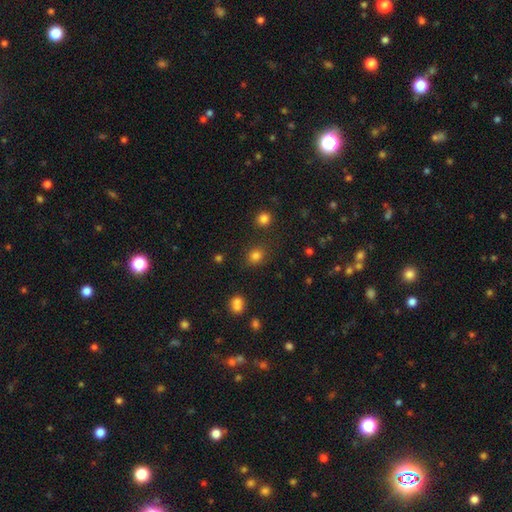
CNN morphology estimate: Smooth or featured: smooth — 80% (star or artifact — 15%)
How rounded: round — 73% (in between — 26%)
Merging: none — 82% (minor disturbance — 10%)